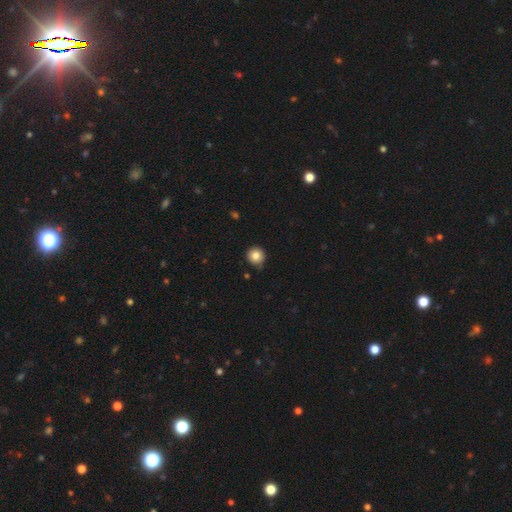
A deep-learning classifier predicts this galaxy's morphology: Overall: smooth (83%). How rounded: round (93%). Merging: none (82%).